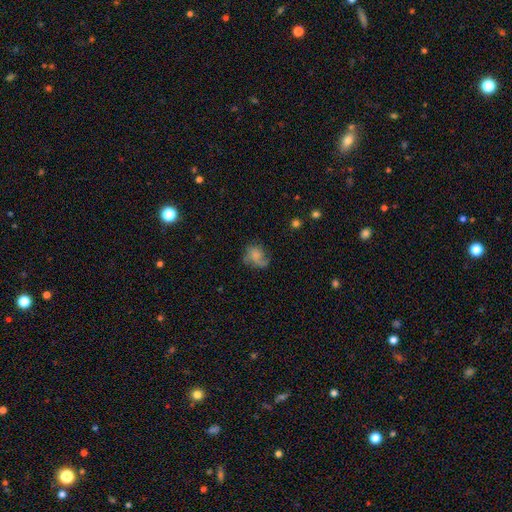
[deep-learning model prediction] A smooth galaxy with no disk features (52%) that is round (52%). Merging: none (45%).